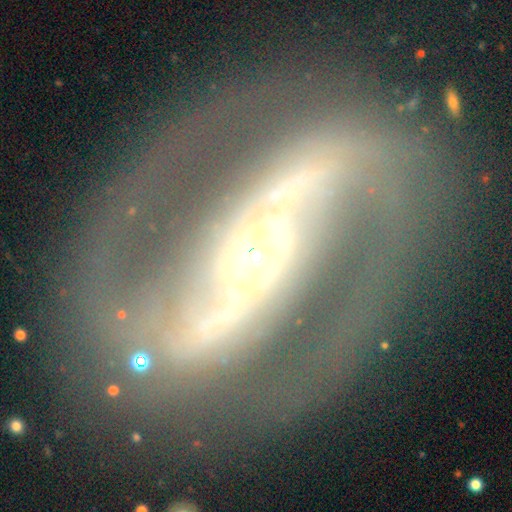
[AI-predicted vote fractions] Smooth or featured? featured or disk (91%)
Edge-on disk? no (95%)
Bar? strong (73%)
Spiral arms? yes (96%)
Spiral winding? medium (53%)
Spiral arm count? 2 (93%)
Bulge size? small (60%)
Merging? none (83%)